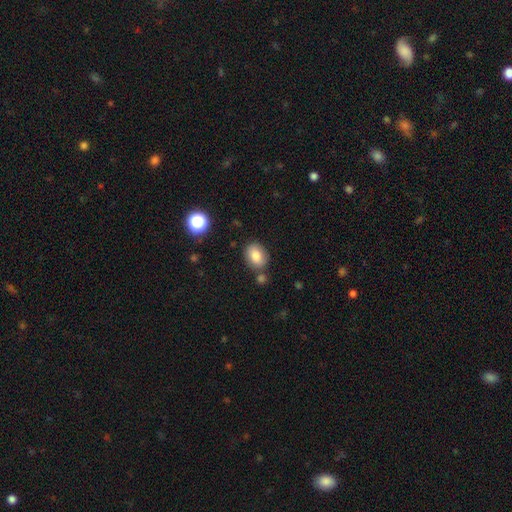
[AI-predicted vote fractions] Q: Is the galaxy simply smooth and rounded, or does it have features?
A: smooth — 80%.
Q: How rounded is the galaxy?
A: in between — 65%.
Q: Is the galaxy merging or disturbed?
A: none — 76%.